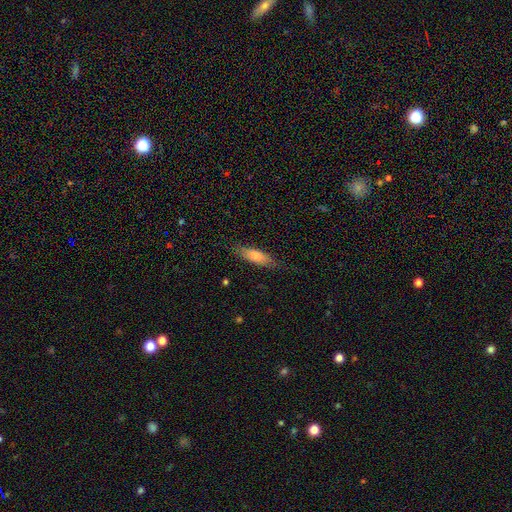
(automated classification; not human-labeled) Smooth or featured? smooth (76%)
How rounded? in between (52%)
Merging? none (75%)